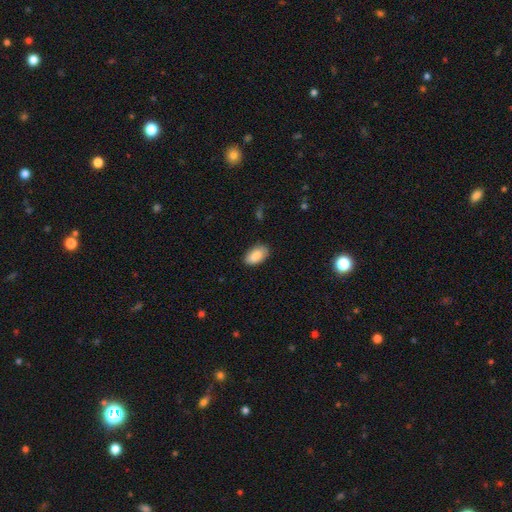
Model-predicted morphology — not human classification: Q: Smooth or featured?
A: smooth (88%); runner-up: star or artifact (6%)
Q: How rounded?
A: in between (94%); runner-up: round (4%)
Q: Merging?
A: none (83%); runner-up: minor disturbance (13%)